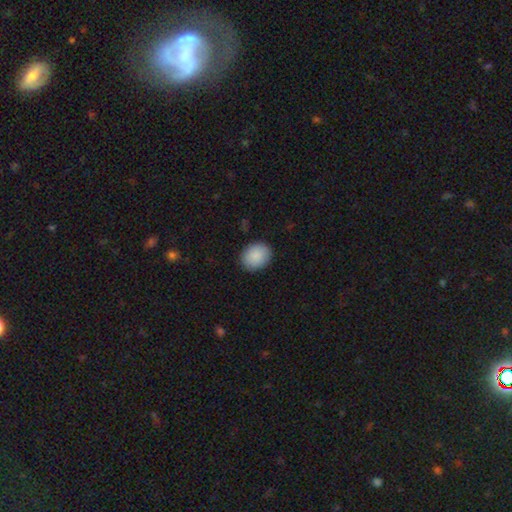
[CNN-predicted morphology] This is clearly a smooth galaxy (89%). How rounded: possibly round (50%, tied with in between). Merging: clearly none (88%).